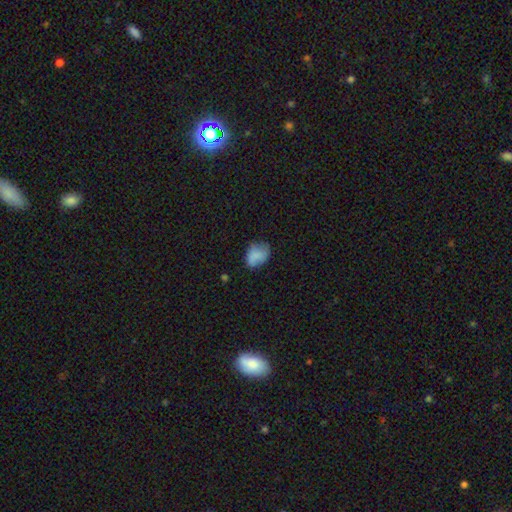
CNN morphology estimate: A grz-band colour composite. It shows a smooth galaxy with no disk features (78%) that is in between round and cigar-shaped (69%). Merging: none (53%).